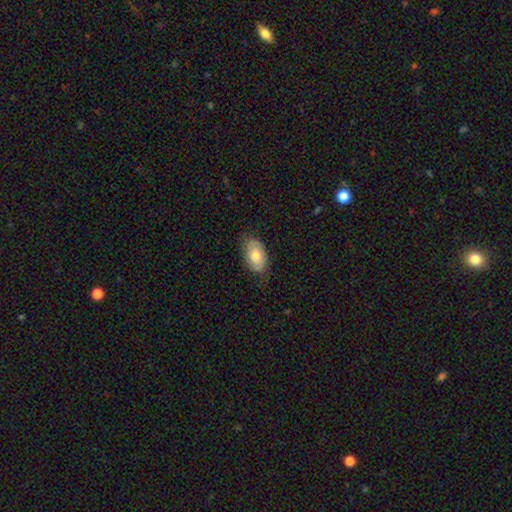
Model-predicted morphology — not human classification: A smooth galaxy with no disk features (64%) that is in between round and cigar-shaped (93%). Merging: none (73%).